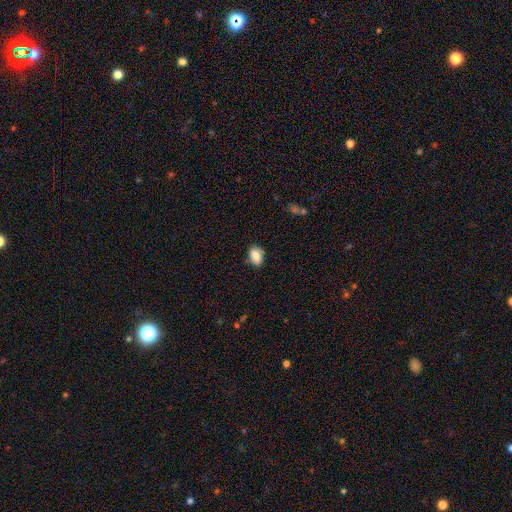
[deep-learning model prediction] smooth-or-featured: smooth: 82% | featured or disk: 10% | star or artifact: 8%
  how-rounded: in between: 83% | round: 16% | cigar-shaped: 1%
  merging: none: 79% | minor disturbance: 16% | major disturbance: 3% | merger: 2%